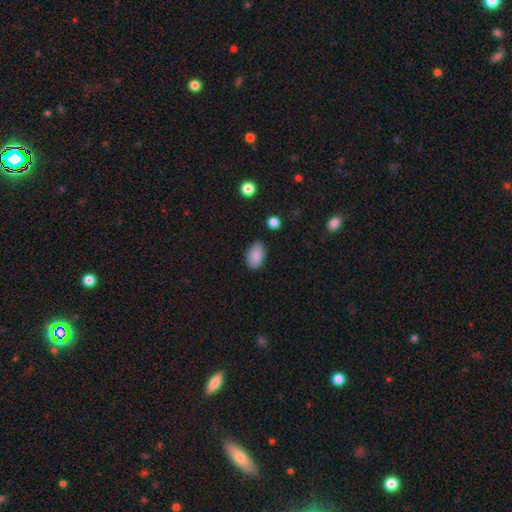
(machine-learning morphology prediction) A smooth galaxy with no disk features (88%) that is in between round and cigar-shaped (91%). Merging: none (79%).